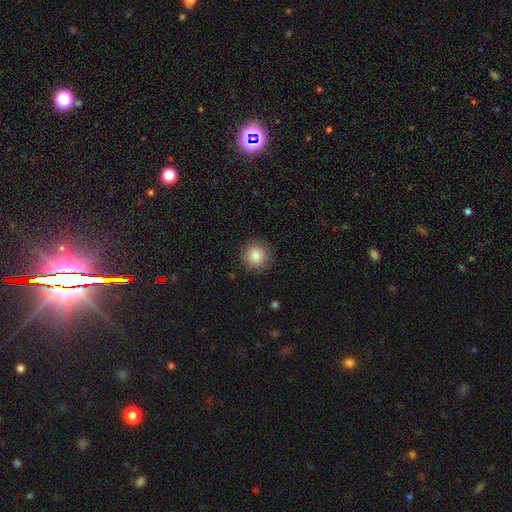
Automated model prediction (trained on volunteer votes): The model was most divided on "smooth or featured": smooth: 85%, star or artifact: 9%, featured or disk: 5%. More confident: how rounded — round (95%); merging — none (91%).